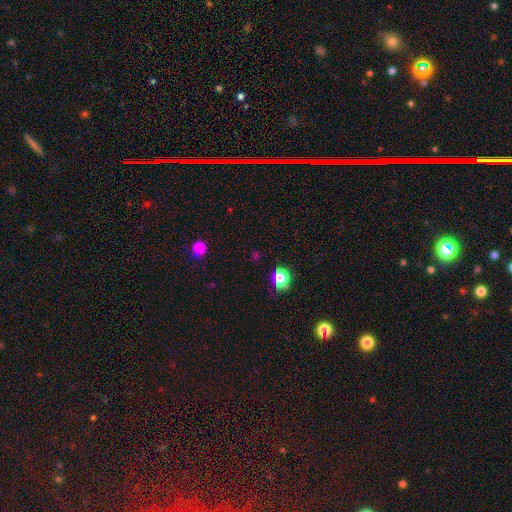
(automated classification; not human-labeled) star or artifact 49%, smooth 45%, featured or disk 7%.